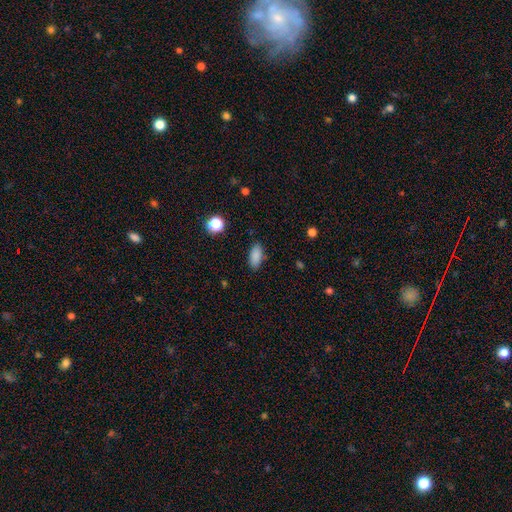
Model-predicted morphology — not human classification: Overall: smooth (86%). How rounded: in between (87%). Merging: none (85%).